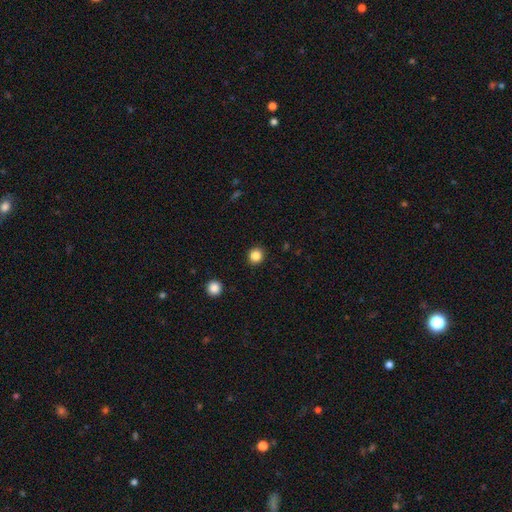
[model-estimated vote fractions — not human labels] This appears to be a smooth galaxy with no disk features (85%) that is round (88%). Merging: none (91%).